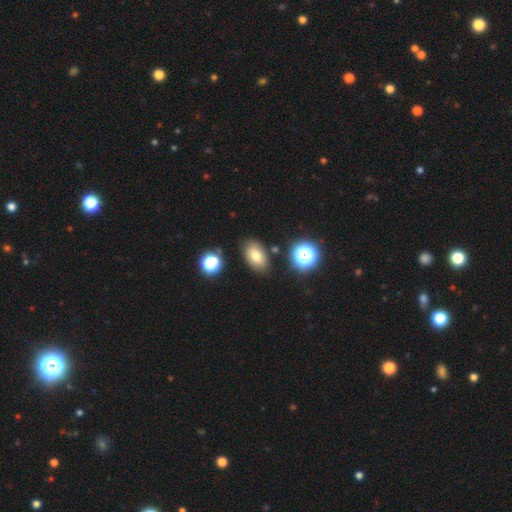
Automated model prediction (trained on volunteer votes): Smooth or featured? smooth (74%)
How rounded? in between (88%)
Merging? none (83%)